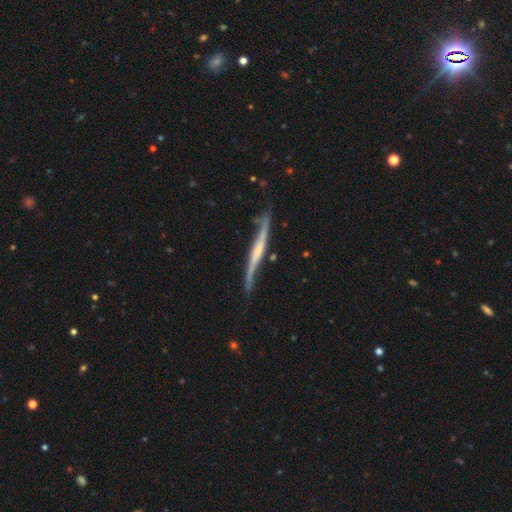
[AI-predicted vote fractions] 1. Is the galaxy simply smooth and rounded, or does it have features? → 76% featured or disk, 18% smooth, 6% star or artifact.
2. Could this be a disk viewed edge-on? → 87% yes, 13% no.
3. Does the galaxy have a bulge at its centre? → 52% none, 35% rounded, 13% boxy.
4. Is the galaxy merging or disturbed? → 71% none, 22% minor disturbance, 5% major disturbance, 2% merger.